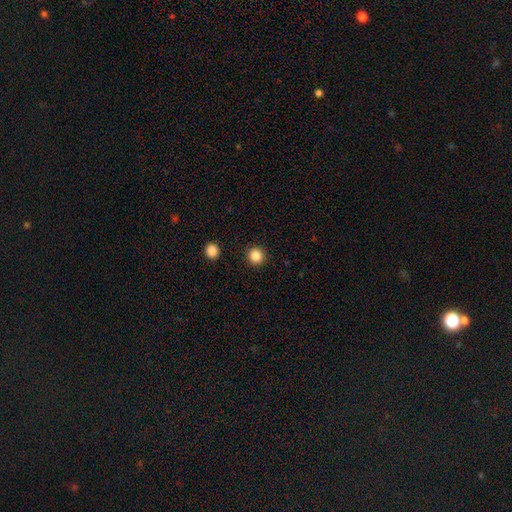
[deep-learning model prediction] A smooth galaxy with no disk features (84%) that is round (95%). Merging: none (93%).